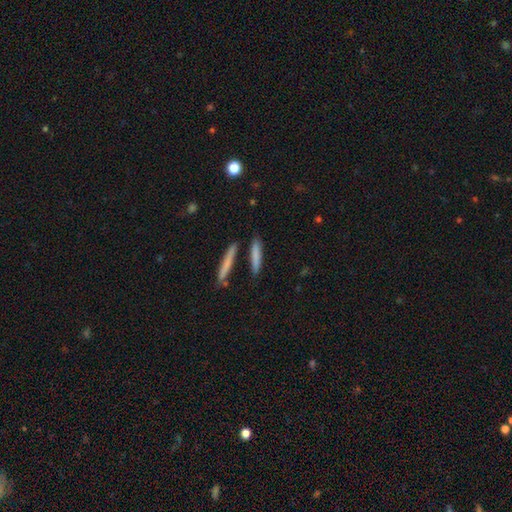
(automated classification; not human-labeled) Overall: smooth (76%). How rounded: cigar-shaped (87%). Merging: none (79%).